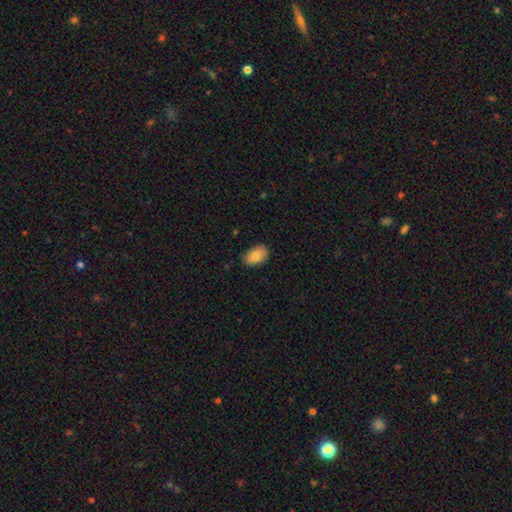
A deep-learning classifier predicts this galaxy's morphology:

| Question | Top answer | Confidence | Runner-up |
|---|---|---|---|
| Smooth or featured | smooth | 82% | featured or disk (11%) |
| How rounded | in between | 86% | round (12%) |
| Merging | none | 82% | minor disturbance (15%) |